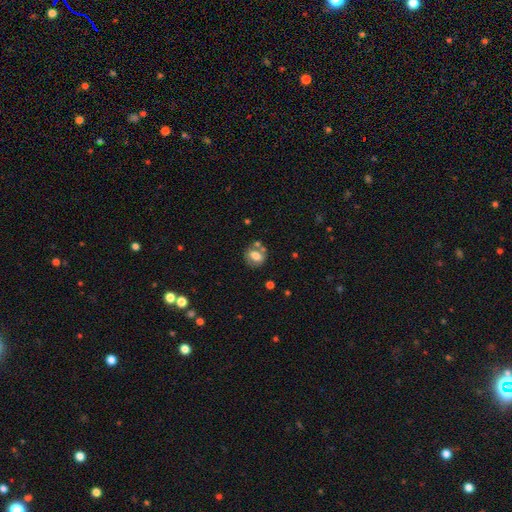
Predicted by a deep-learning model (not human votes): smooth-or-featured: smooth: 63% | featured or disk: 27% | star or artifact: 10%
  how-rounded: round: 54% | in between: 44% | cigar-shaped: 1%
  merging: none: 60% | merger: 19% | minor disturbance: 16% | major disturbance: 6%